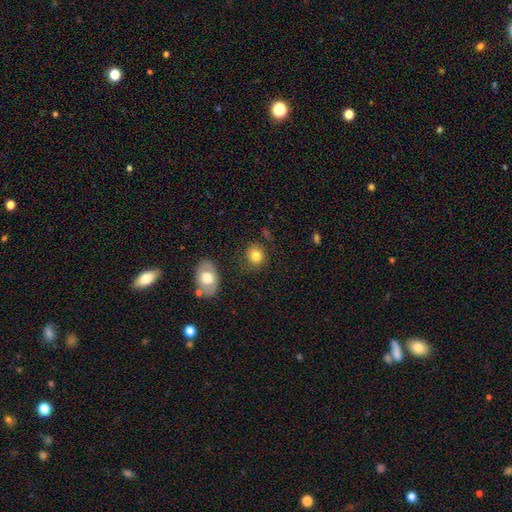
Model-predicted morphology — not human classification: Smooth or featured? smooth (80%)
How rounded? round (76%)
Merging? none (74%)